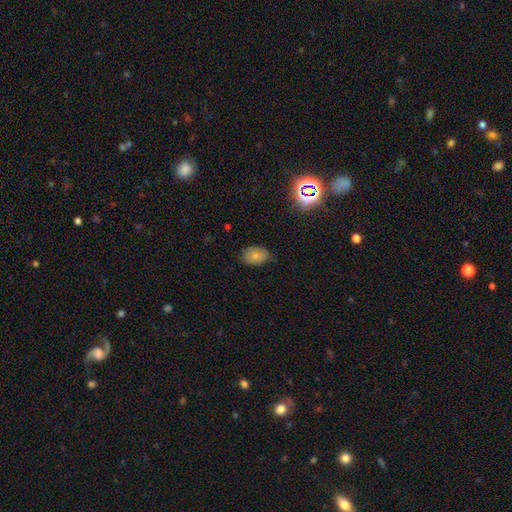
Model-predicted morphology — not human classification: A smooth galaxy with no disk features (76%) that is in between round and cigar-shaped (81%).

Vote fractions:
- Smooth or featured? smooth: 76% / featured or disk: 12% / star or artifact: 12%
- How rounded? in between: 81% / round: 18% / cigar-shaped: 1%
- Merging? none: 72% / minor disturbance: 23% / major disturbance: 4% / merger: 1%